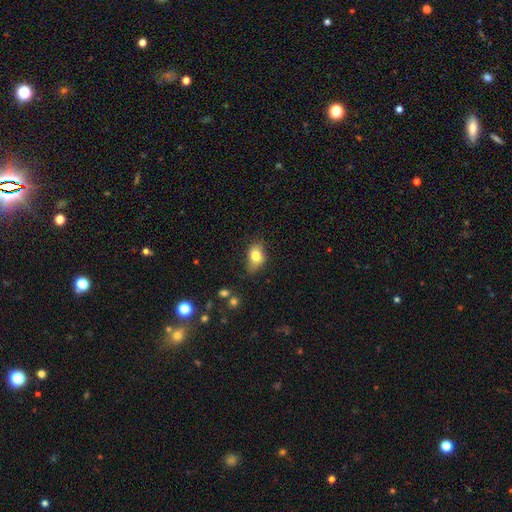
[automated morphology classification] smooth-or-featured: smooth: 79% | featured or disk: 12% | star or artifact: 9%
  how-rounded: in between: 77% | round: 21% | cigar-shaped: 2%
  merging: none: 63% | minor disturbance: 28% | major disturbance: 7% | merger: 2%